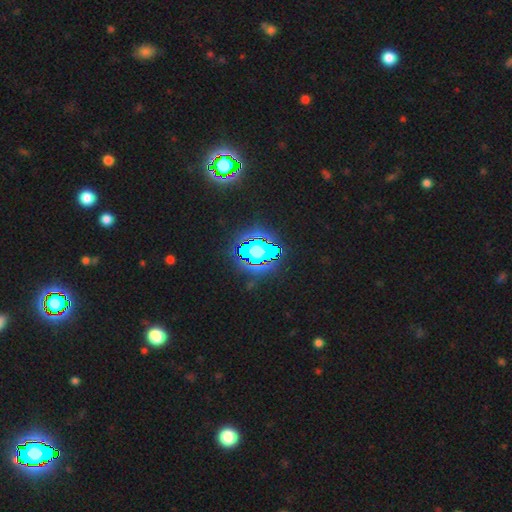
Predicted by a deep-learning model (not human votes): smooth_or_featured: star or artifact (p=0.81) [alt: smooth p=0.11]